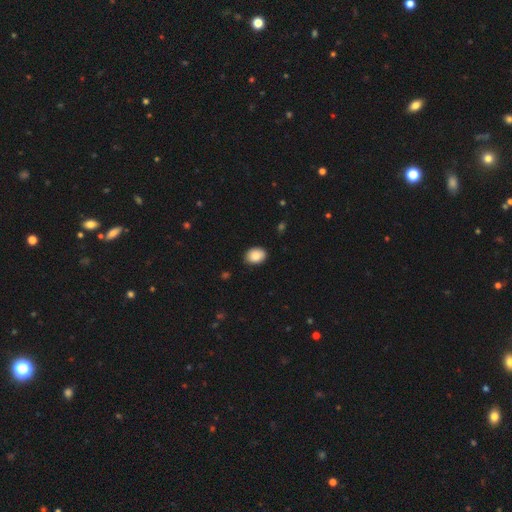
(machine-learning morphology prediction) type=smooth (88%); roundness=in between (74%); merging=none (83%).